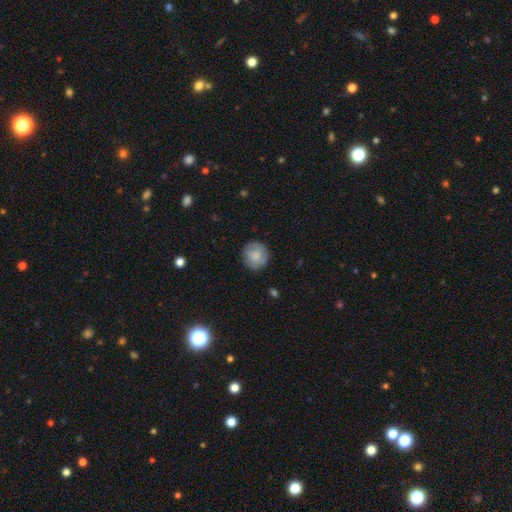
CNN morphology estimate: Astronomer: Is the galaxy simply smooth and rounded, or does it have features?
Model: smooth — 75%.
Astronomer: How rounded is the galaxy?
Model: round — 93%.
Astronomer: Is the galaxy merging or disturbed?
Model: none — 86%.